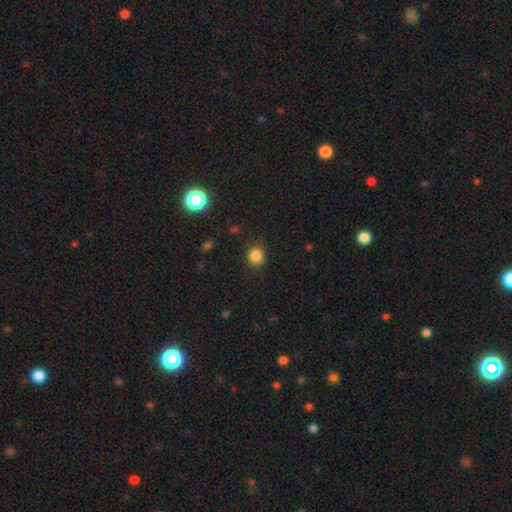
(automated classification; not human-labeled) A smooth galaxy with no disk features (85%) that is round (84%).

Vote fractions:
- Smooth or featured? smooth: 85% / star or artifact: 12% / featured or disk: 4%
- How rounded? round: 84% / in between: 15% / cigar-shaped: 1%
- Merging? none: 86% / minor disturbance: 10% / major disturbance: 3% / merger: 1%